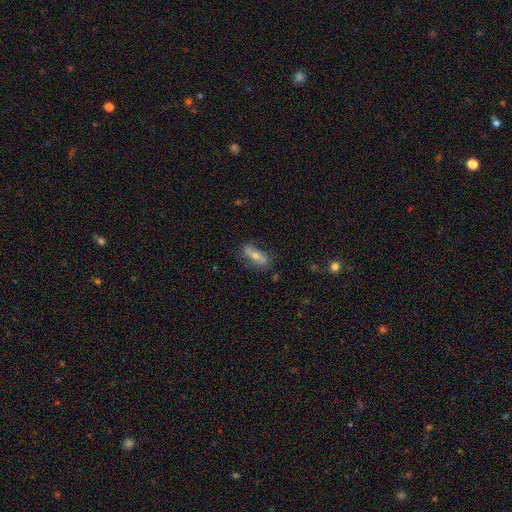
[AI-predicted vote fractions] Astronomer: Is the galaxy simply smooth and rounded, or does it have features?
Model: featured or disk — 47% (runner-up: smooth, 46%).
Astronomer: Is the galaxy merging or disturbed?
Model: none — 73%.